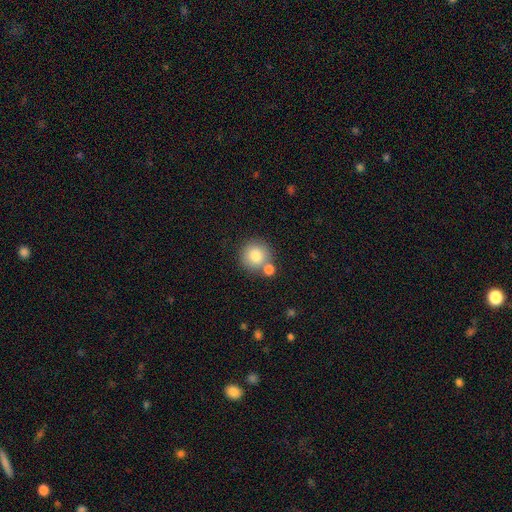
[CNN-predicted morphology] smooth 81%, star or artifact 10%, featured or disk 9%. Down the decision tree: how rounded — round (93%); merging — none (70%).